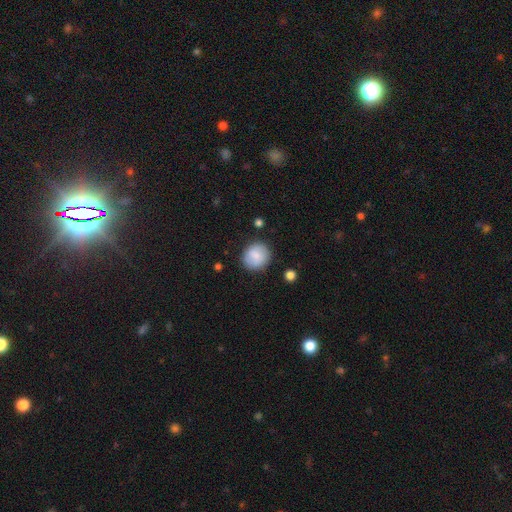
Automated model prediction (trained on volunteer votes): Smooth or featured? smooth (81%)
How rounded? round (85%)
Merging? none (84%)